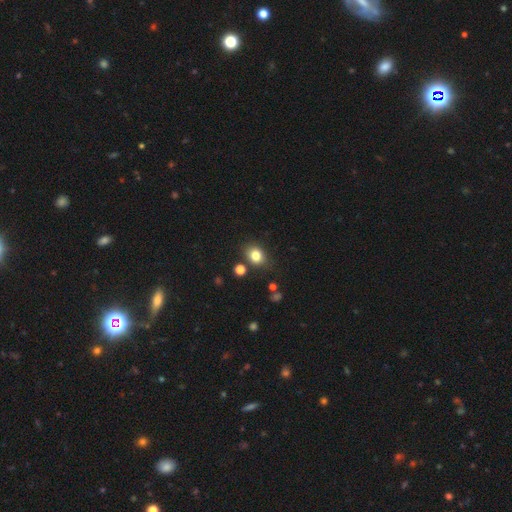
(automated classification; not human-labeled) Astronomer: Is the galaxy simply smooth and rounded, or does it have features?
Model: smooth — 81%.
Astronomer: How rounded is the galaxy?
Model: round — 50% (runner-up: in between, 49%).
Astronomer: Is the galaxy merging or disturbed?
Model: none — 79%.